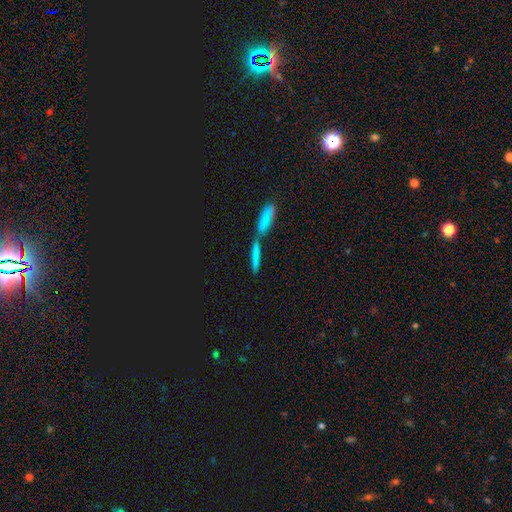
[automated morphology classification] Overall: smooth (67%). How rounded: cigar-shaped (81%). Merging: merger (51%; none 38%).